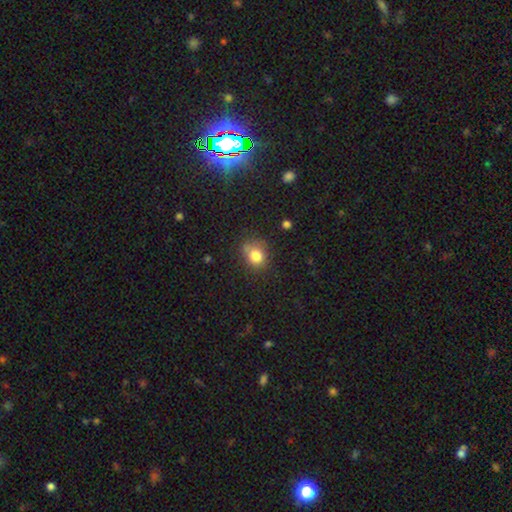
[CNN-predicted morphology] A smooth galaxy with no disk features (80%) that is round (70%). Merging: none (65%).